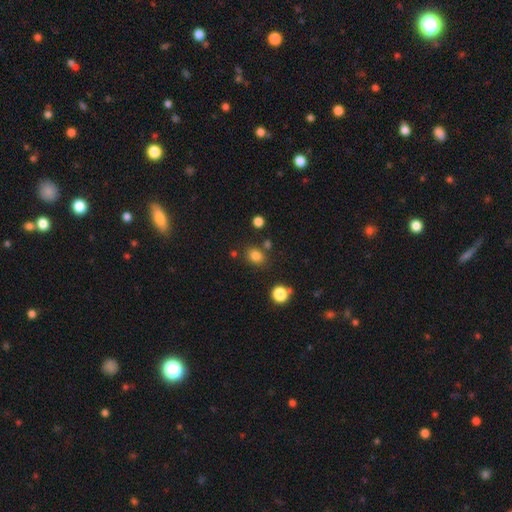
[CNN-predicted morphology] Smooth or featured?
  - smooth: 80% *
  - star or artifact: 15%
  - featured or disk: 6%
How rounded?
  - round: 53% *
  - in between: 46%
  - cigar-shaped: 1%
Merging?
  - none: 77% *
  - minor disturbance: 12%
  - merger: 7%
  - major disturbance: 4%